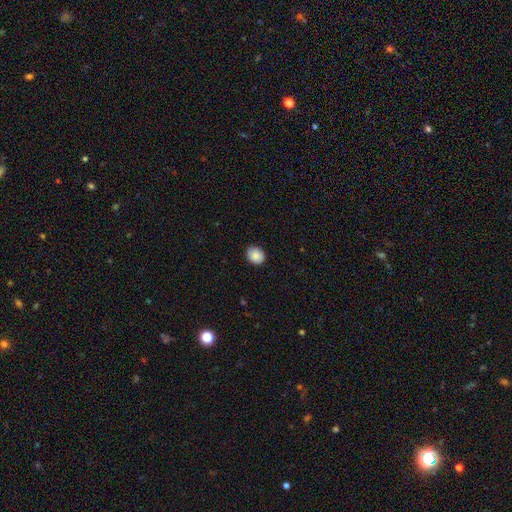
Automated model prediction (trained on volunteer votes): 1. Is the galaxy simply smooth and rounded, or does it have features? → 88% smooth, 8% star or artifact, 4% featured or disk.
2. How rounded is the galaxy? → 53% round, 46% in between, 1% cigar-shaped.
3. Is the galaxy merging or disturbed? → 88% none, 10% minor disturbance, 2% major disturbance, 1% merger.